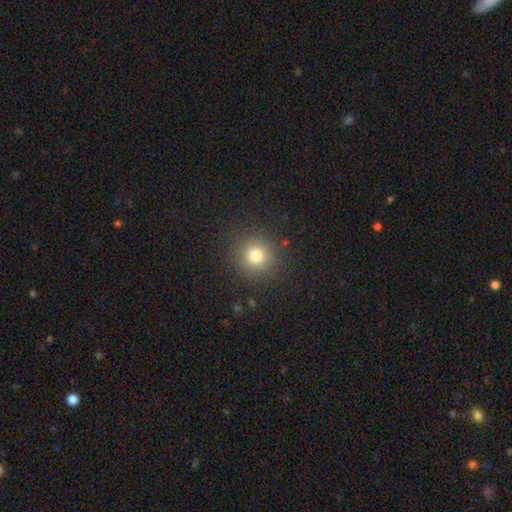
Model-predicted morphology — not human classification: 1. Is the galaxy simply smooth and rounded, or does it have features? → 77% smooth, 16% star or artifact, 7% featured or disk.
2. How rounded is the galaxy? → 93% round, 6% in between, 1% cigar-shaped.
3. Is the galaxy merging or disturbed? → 89% none, 7% minor disturbance, 3% major disturbance, 1% merger.